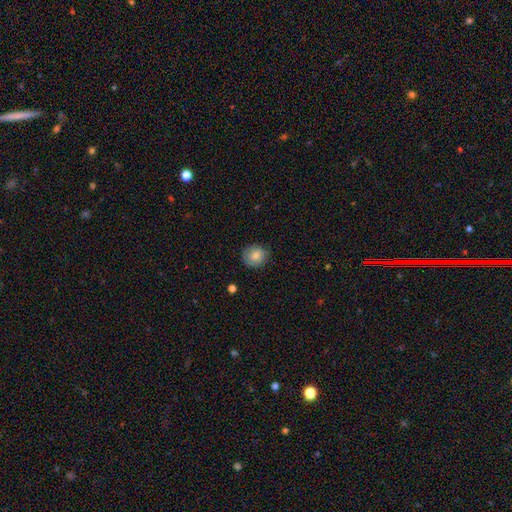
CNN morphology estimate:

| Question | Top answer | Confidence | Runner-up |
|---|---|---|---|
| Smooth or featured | smooth | 81% | featured or disk (10%) |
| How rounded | round | 84% | in between (15%) |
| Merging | none | 83% | minor disturbance (13%) |